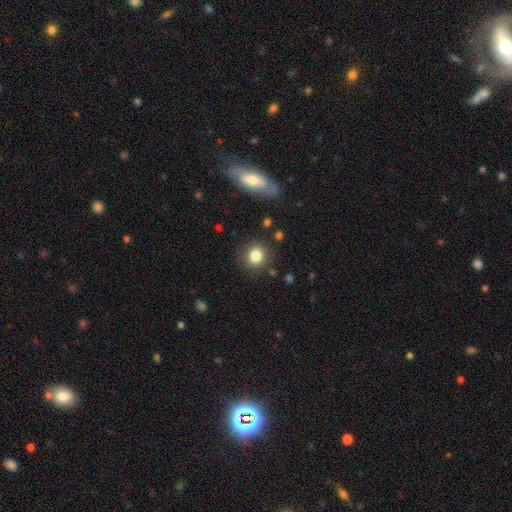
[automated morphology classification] smooth_or_featured: smooth (p=0.83) [alt: star or artifact p=0.10]
how_rounded: round (p=0.79) [alt: in between p=0.20]
merging: none (p=0.85) [alt: minor disturbance p=0.09]